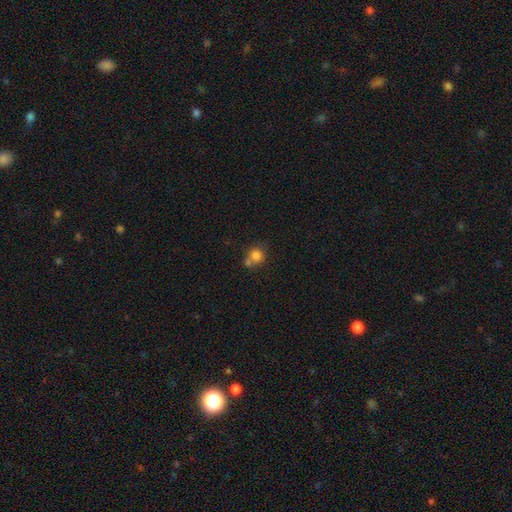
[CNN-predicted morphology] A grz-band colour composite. It shows a smooth galaxy with no disk features (79%) that is round (81%). Merging: none (44%).